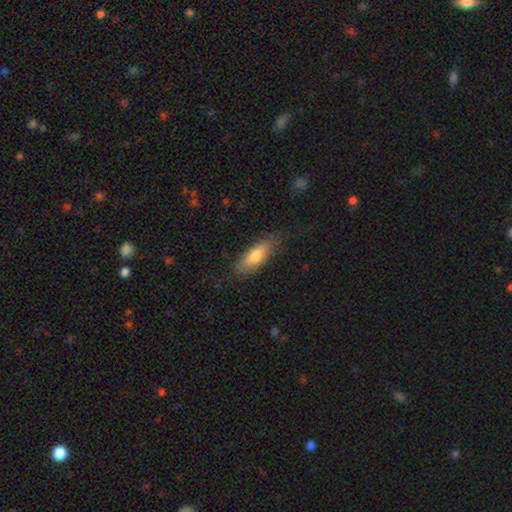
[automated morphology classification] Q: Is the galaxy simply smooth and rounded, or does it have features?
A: smooth — 73%.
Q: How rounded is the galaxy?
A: in between — 58%.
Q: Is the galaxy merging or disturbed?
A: none — 78%.